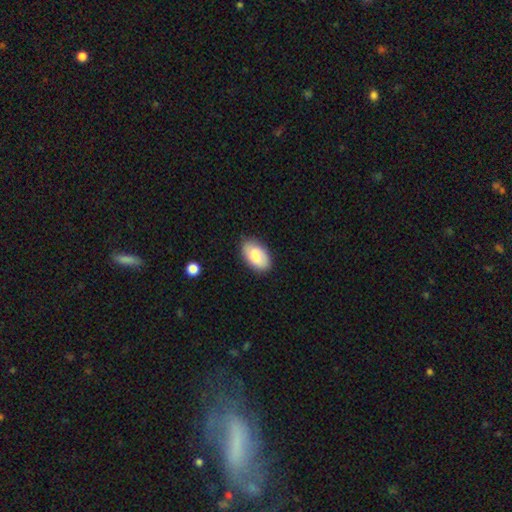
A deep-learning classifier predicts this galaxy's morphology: This is likely a smooth galaxy (78%). How rounded: clearly in between (94%). Merging: likely none (80%).